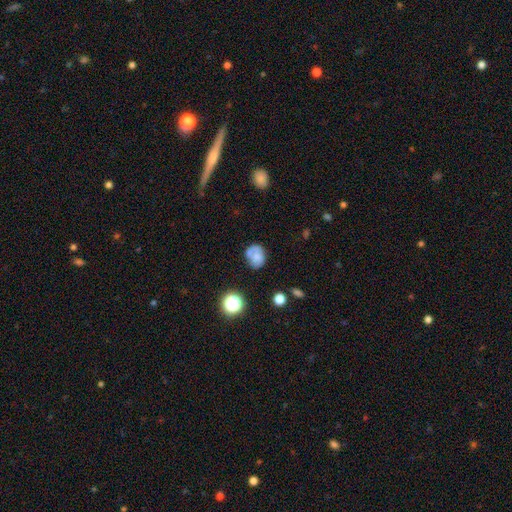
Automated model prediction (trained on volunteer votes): Smooth or featured: smooth — 64% (featured or disk — 24%)
How rounded: round — 53% (in between — 46%)
Merging: none — 52% (minor disturbance — 25%)